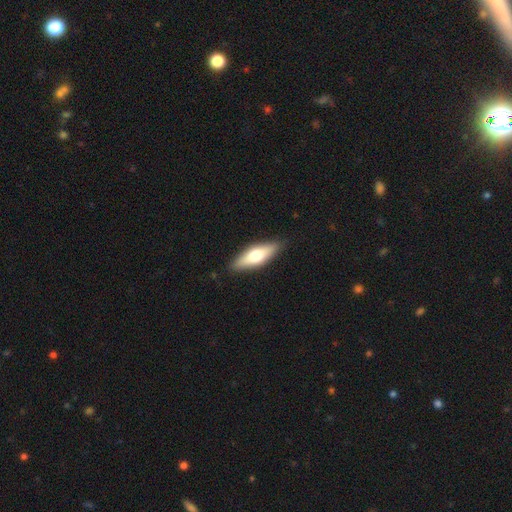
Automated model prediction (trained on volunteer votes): Morphology: type=smooth (56%); roundness=in between (56%); merging=none (87%).